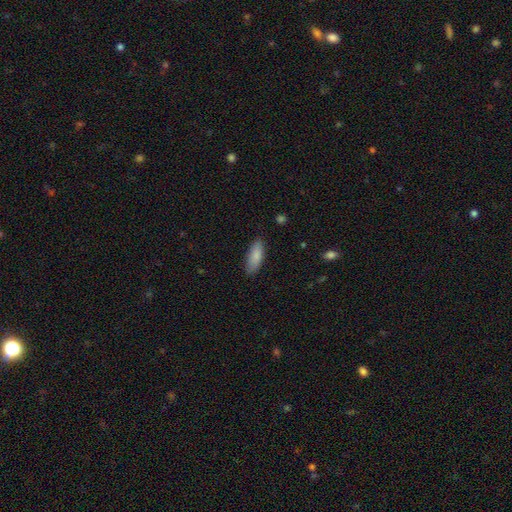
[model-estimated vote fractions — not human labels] A smooth galaxy with no disk features (86%) that is in between round and cigar-shaped (65%).

Vote fractions:
- Smooth or featured? smooth: 86% / featured or disk: 8% / star or artifact: 6%
- How rounded? in between: 65% / cigar-shaped: 33% / round: 2%
- Merging? none: 84% / minor disturbance: 12% / major disturbance: 2% / merger: 1%